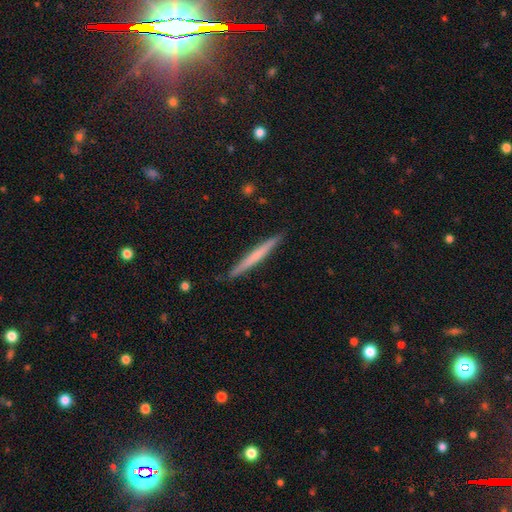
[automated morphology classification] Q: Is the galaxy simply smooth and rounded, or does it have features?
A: smooth — 53%.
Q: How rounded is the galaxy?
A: cigar-shaped — 97%.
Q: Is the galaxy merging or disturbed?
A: none — 91%.